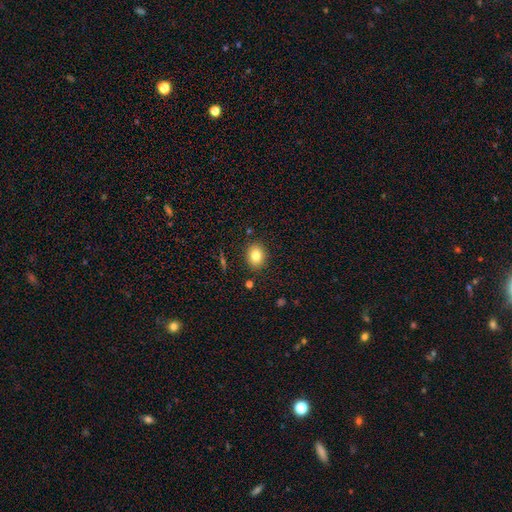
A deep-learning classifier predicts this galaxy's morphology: type=smooth (82%); roundness=round (54%); merging=none (87%).